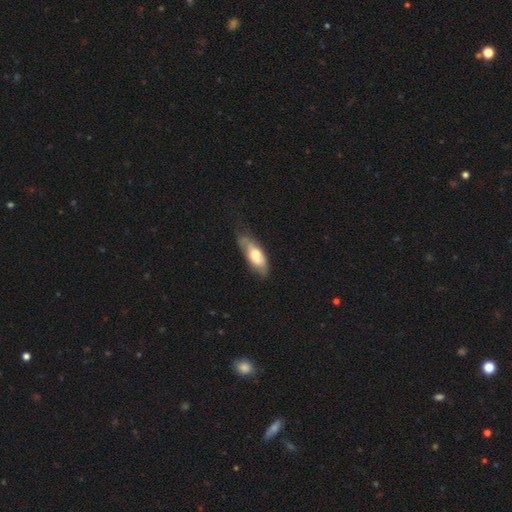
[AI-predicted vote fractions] smooth-or-featured: smooth: 61% | featured or disk: 33% | star or artifact: 6%
  how-rounded: in between: 70% | cigar-shaped: 28% | round: 2%
  merging: none: 52% | minor disturbance: 33% | major disturbance: 13% | merger: 2%